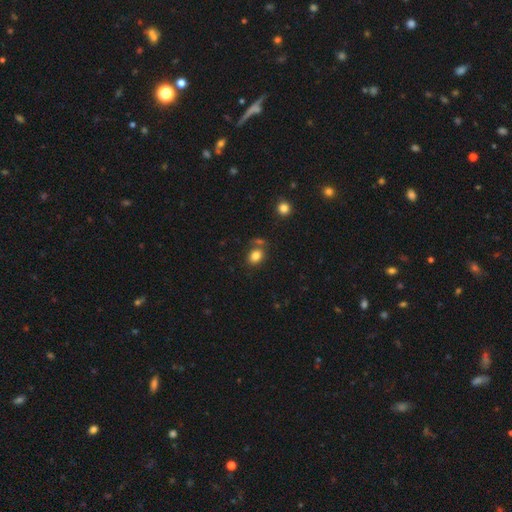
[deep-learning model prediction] Smooth or featured? Predicted: smooth (p=0.82). How rounded? Predicted: in between (p=0.61). Merging? Predicted: none (p=0.67).